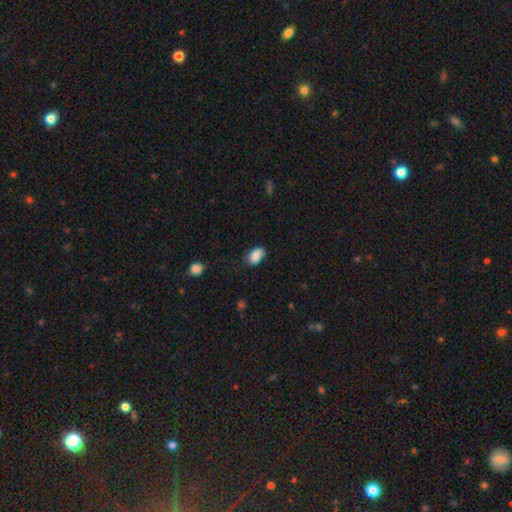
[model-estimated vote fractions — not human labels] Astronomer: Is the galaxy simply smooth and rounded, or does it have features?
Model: smooth — 83%.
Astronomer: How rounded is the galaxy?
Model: in between — 87%.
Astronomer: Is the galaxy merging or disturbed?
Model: none — 64%.